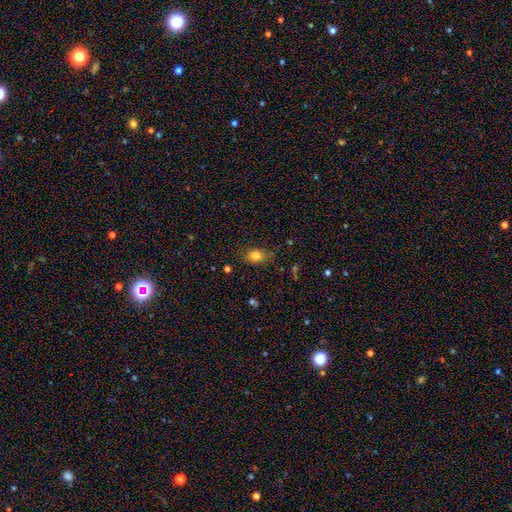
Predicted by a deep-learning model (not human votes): Smooth or featured?
  - smooth: 80% *
  - star or artifact: 12%
  - featured or disk: 8%
How rounded?
  - in between: 63% *
  - round: 35%
  - cigar-shaped: 2%
Merging?
  - none: 75% *
  - minor disturbance: 18%
  - major disturbance: 5%
  - merger: 2%